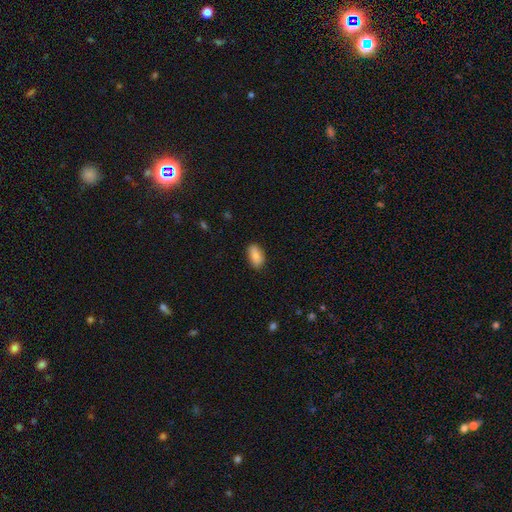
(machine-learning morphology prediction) Smooth or featured? smooth (84%)
How rounded? in between (91%)
Merging? none (84%)